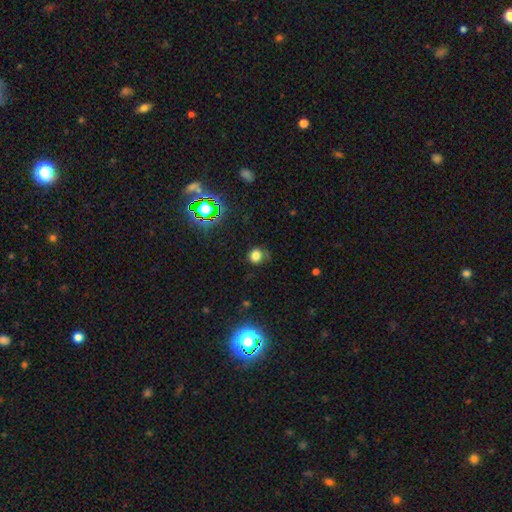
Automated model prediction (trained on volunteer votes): The model was most divided on "merging": none: 69%, minor disturbance: 21%, major disturbance: 8%, merger: 3%. More confident: how rounded — round (82%); smooth or featured — smooth (74%).